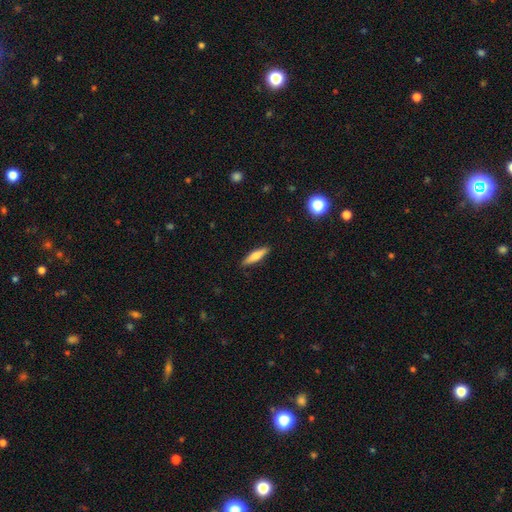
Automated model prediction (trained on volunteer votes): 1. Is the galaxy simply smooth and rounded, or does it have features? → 70% smooth, 24% featured or disk, 6% star or artifact.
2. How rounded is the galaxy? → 77% cigar-shaped, 21% in between, 2% round.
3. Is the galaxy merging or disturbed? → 89% none, 8% minor disturbance, 2% major disturbance, 1% merger.